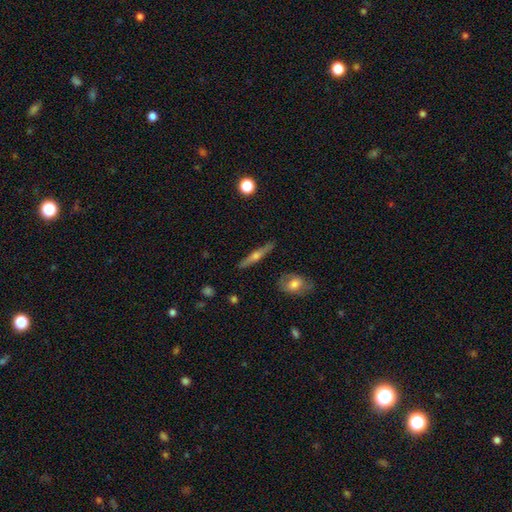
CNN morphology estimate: Smooth or featured? Predicted: featured or disk (p=0.64). Edge-on disk? Predicted: yes (p=0.95). Edge-on bulge? Predicted: rounded (p=0.89). Merging? Predicted: none (p=0.87).